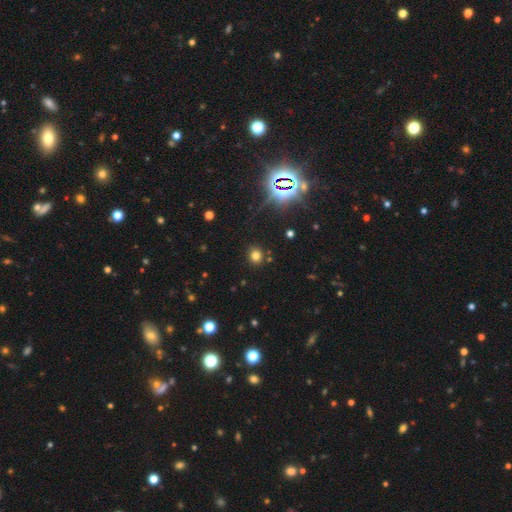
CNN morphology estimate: The model was most divided on "smooth or featured": smooth: 73%, star or artifact: 20%, featured or disk: 7%. More confident: merging — none (87%); how rounded — round (78%).